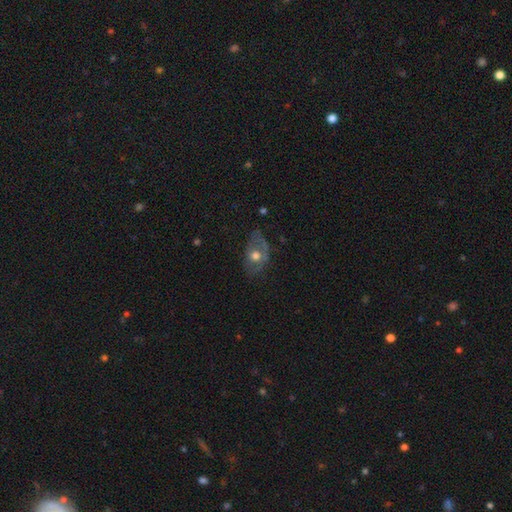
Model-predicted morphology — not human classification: Q: Smooth or featured?
A: featured or disk (52%); runner-up: smooth (37%)
Q: Edge-on disk?
A: no (90%); runner-up: yes (10%)
Q: Merging?
A: none (57%); runner-up: minor disturbance (26%)